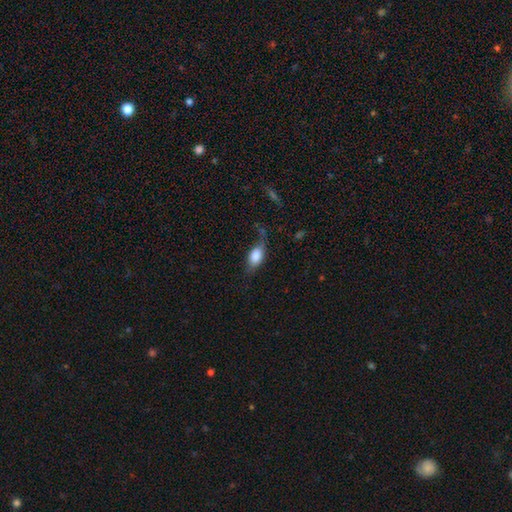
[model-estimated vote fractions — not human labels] A smooth galaxy with no disk features (77%) that is in between round and cigar-shaped (88%).

Vote fractions:
- Smooth or featured? smooth: 77% / featured or disk: 16% / star or artifact: 7%
- How rounded? in between: 88% / cigar-shaped: 7% / round: 6%
- Merging? none: 47% / minor disturbance: 31% / major disturbance: 18% / merger: 4%